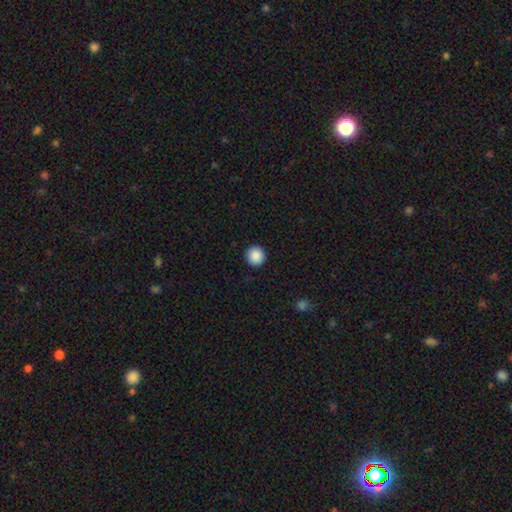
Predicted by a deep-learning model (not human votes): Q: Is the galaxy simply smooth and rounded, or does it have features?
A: smooth — 89%.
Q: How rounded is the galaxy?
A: round — 95%.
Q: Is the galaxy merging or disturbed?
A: none — 93%.